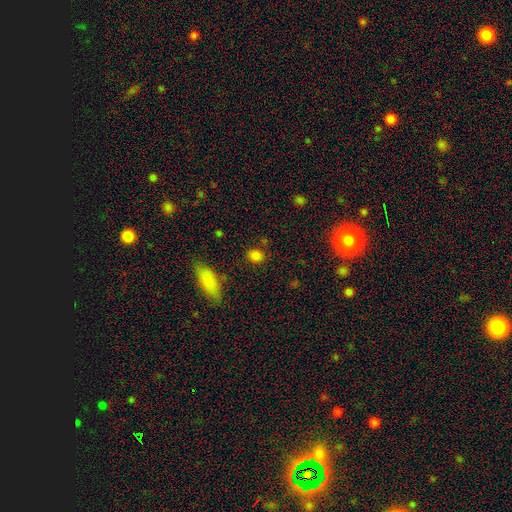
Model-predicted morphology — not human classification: Smooth or featured?
  - smooth: 83% *
  - star or artifact: 13%
  - featured or disk: 4%
How rounded?
  - round: 54% *
  - in between: 43%
  - cigar-shaped: 2%
Merging?
  - none: 84% *
  - minor disturbance: 10%
  - merger: 3%
  - major disturbance: 3%